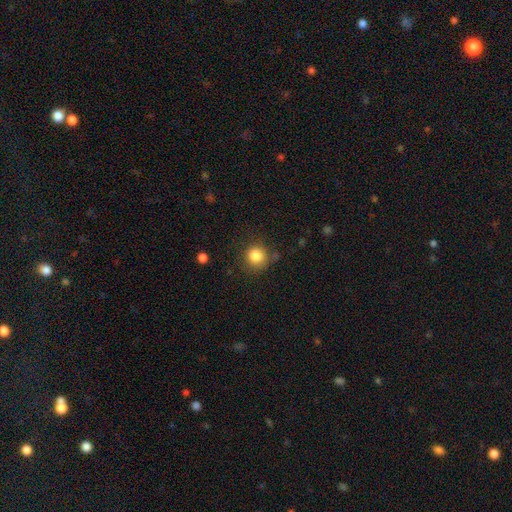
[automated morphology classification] The model was most divided on "merging": none: 80%, minor disturbance: 13%, major disturbance: 4%, merger: 3%. More confident: how rounded — round (91%); smooth or featured — smooth (84%).